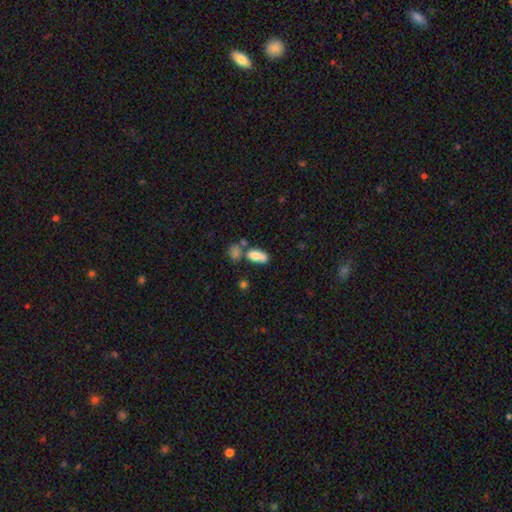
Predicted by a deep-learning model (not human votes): Overall: smooth (74%). How rounded: in between (85%). Merging: none (37%, tied with merger).